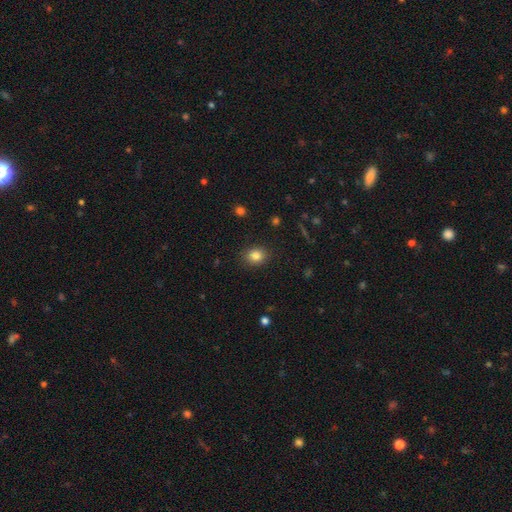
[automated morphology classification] type=smooth (83%); roundness=round (59%); merging=none (88%).